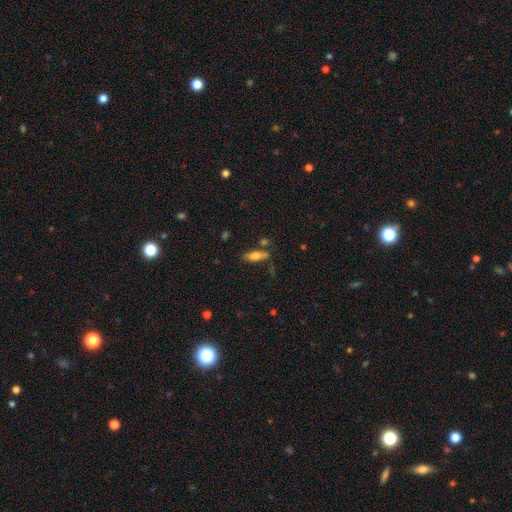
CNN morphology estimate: A smooth galaxy with no disk features (71%) that is in between round and cigar-shaped (60%). Merging: none (65%).